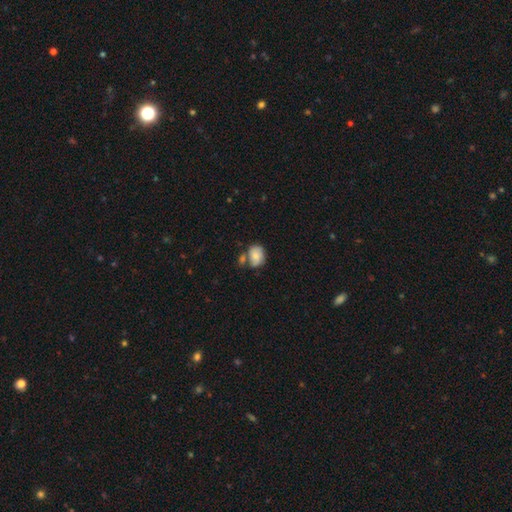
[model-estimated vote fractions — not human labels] Smooth or featured: smooth — 74% (featured or disk — 18%)
How rounded: in between — 62% (round — 37%)
Merging: none — 46% (merger — 26%)